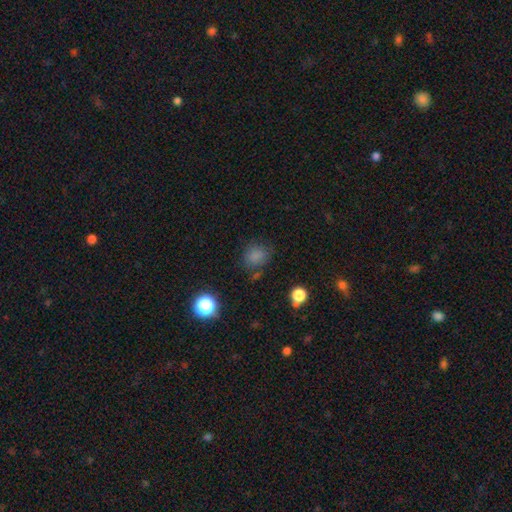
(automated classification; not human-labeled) A smooth galaxy with no disk features (77%) that is round (70%).

Vote fractions:
- Smooth or featured? smooth: 77% / star or artifact: 17% / featured or disk: 6%
- How rounded? round: 70% / in between: 29% / cigar-shaped: 1%
- Merging? none: 70% / minor disturbance: 19% / major disturbance: 7% / merger: 4%